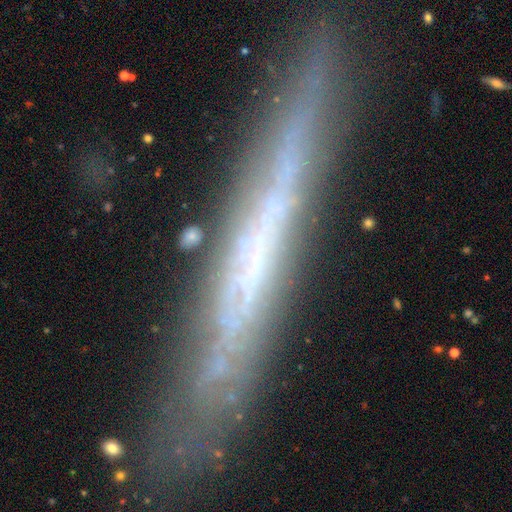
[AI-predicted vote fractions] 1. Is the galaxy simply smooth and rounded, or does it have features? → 68% featured or disk, 21% smooth, 11% star or artifact.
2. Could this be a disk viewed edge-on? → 91% yes, 9% no.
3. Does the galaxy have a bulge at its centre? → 78% none, 13% rounded, 10% boxy.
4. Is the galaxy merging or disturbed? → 83% none, 12% minor disturbance, 3% major disturbance, 2% merger.